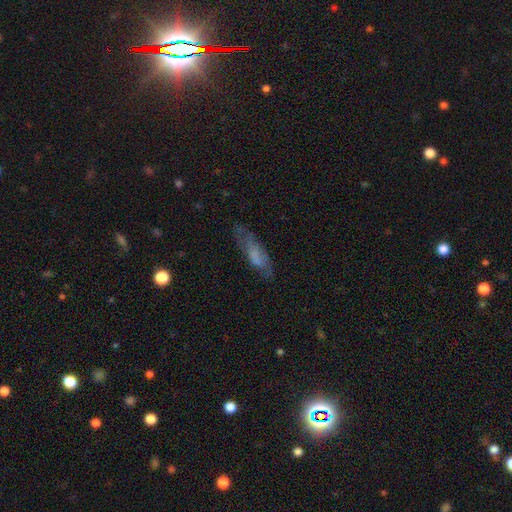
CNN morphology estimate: A smooth galaxy with no disk features (55%) that is cigar-shaped (51%). Merging: none (57%).